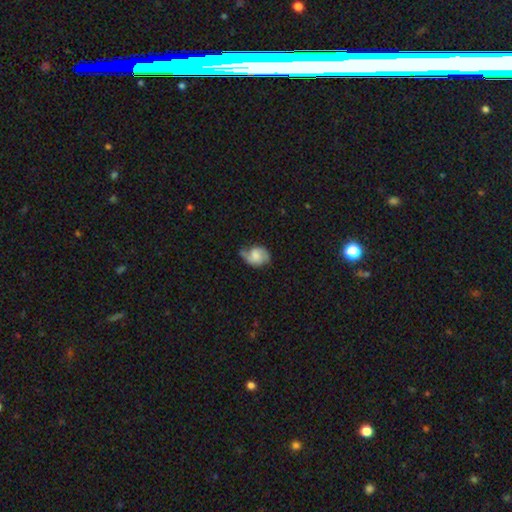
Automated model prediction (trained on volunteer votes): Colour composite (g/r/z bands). It shows a smooth galaxy with no disk features (52%) that is in between round and cigar-shaped (62%). Merging: none (44%).